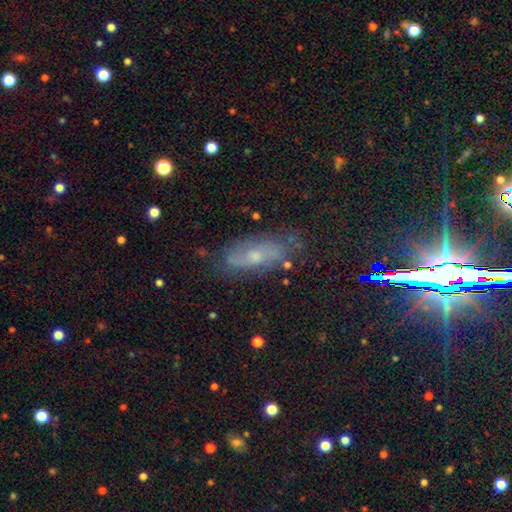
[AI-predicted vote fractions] A featured or disk galaxy (50%). Merging: none (72%).